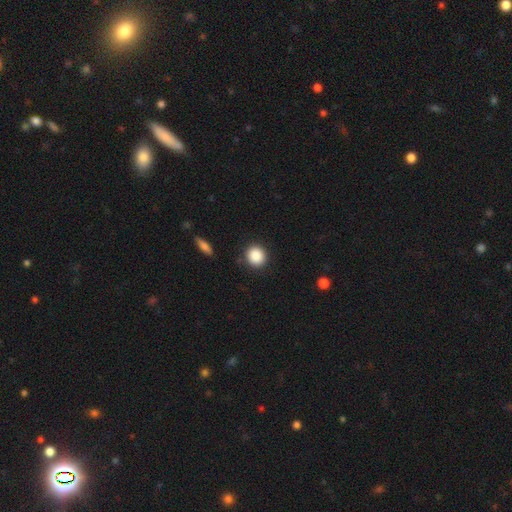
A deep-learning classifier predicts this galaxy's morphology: Smooth or featured?
  - smooth: 88% *
  - star or artifact: 8%
  - featured or disk: 3%
How rounded?
  - round: 86% *
  - in between: 13%
  - cigar-shaped: 1%
Merging?
  - none: 88% *
  - minor disturbance: 8%
  - major disturbance: 2%
  - merger: 2%